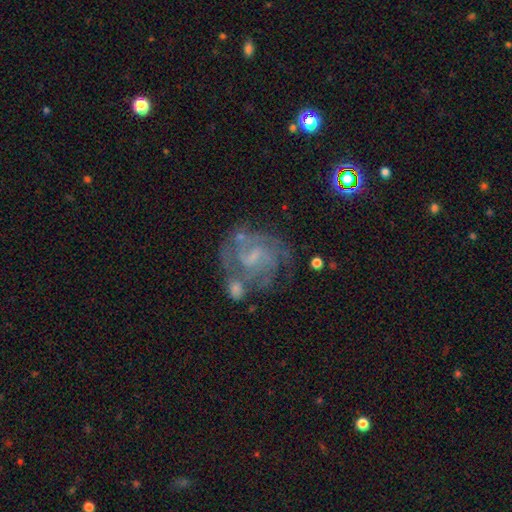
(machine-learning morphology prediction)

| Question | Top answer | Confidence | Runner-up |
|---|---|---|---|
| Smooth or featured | featured or disk | 77% | smooth (12%) |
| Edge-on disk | no | 98% | yes (2%) |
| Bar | weak | 52% | no (35%) |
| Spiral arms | yes | 86% | no (14%) |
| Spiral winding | tight | 48% | medium (40%) |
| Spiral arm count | can't tell | 38% | 2 (23%) |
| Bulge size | small | 49% | none (29%) |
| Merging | none | 53% | minor disturbance (17%) |